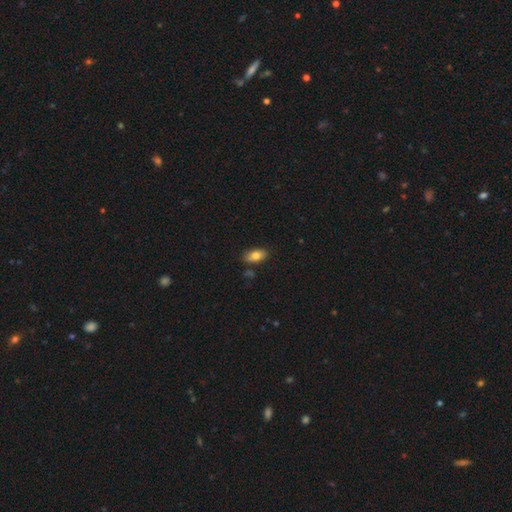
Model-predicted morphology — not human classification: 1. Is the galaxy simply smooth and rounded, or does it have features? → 80% smooth, 12% featured or disk, 7% star or artifact.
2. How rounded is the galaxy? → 91% in between, 5% round, 4% cigar-shaped.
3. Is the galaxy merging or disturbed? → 80% none, 14% minor disturbance, 3% merger, 2% major disturbance.